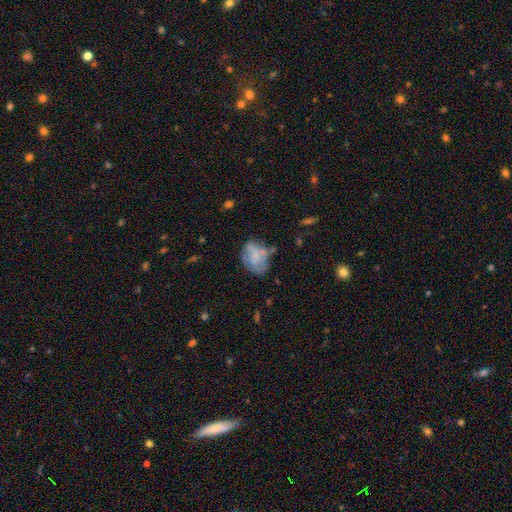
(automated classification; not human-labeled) Smooth or featured? smooth (56%)
How rounded? in between (71%)
Merging? none (45%)